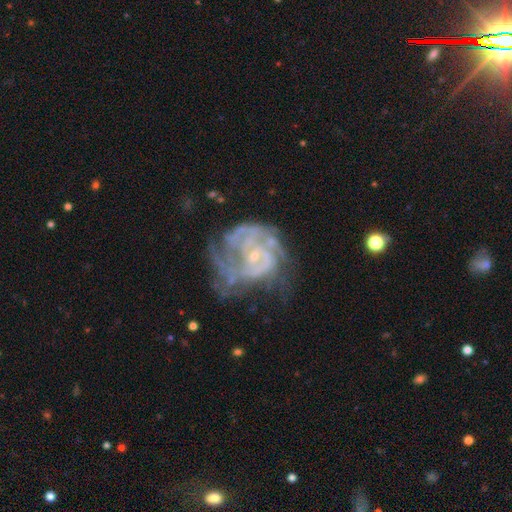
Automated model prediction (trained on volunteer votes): A featured or disk galaxy (84%) with no bar (65%), tight (55%) spiral arms (89%) and a small central bulge (77%). Merging: none (38%).